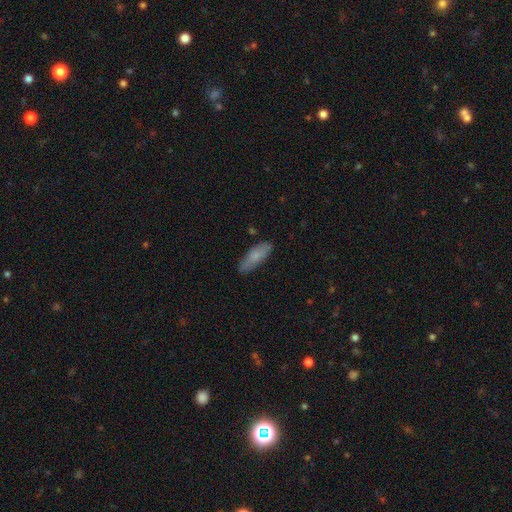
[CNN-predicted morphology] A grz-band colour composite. It shows a smooth galaxy with no disk features (76%) that is in between round and cigar-shaped (51%). Merging: none (83%).